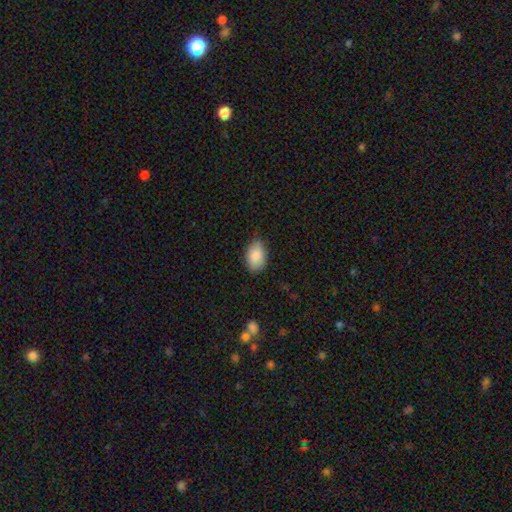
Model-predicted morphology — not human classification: Smooth or featured: smooth — 88% (star or artifact — 6%)
How rounded: in between — 89% (round — 9%)
Merging: none — 75% (minor disturbance — 21%)